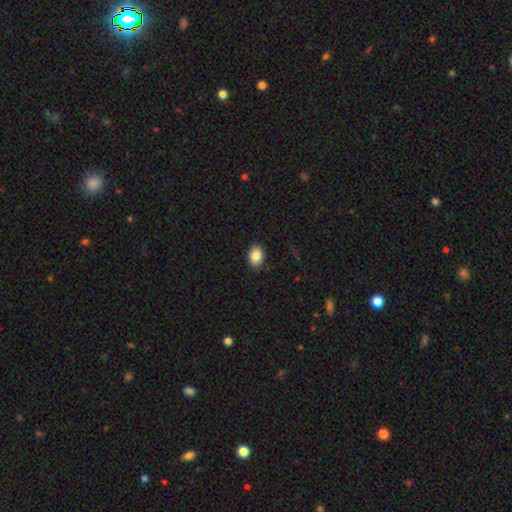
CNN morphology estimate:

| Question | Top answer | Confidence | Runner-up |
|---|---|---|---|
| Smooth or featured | smooth | 87% | star or artifact (8%) |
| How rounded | in between | 82% | round (17%) |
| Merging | none | 88% | minor disturbance (9%) |